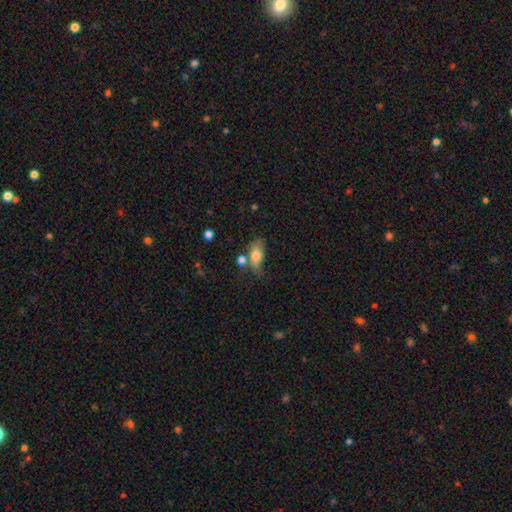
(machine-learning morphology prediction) Overall: smooth (76%). How rounded: in between (84%). Merging: none (47%; minor disturbance 25%).